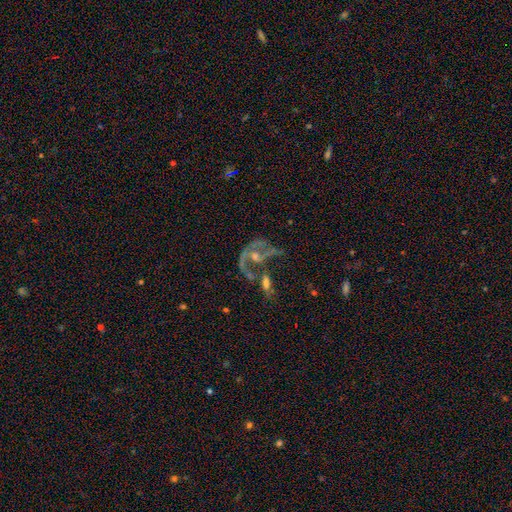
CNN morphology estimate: This appears to be a featured or disk galaxy (72%) with no bar (71%), spiral arms (64%) and a moderate central bulge (46%). Merging: merger (43%).